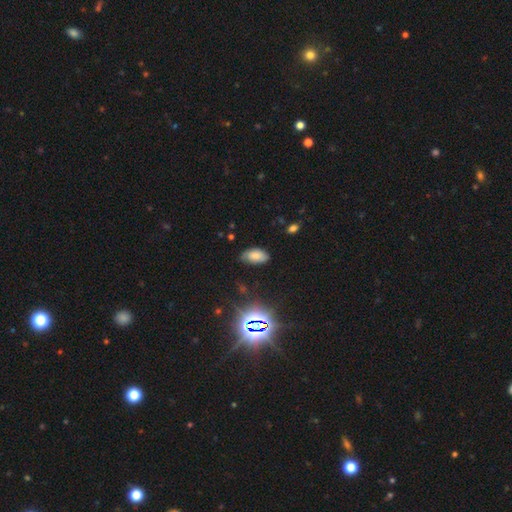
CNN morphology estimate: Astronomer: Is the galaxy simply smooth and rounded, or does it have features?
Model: smooth — 70%.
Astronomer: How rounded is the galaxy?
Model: in between — 94%.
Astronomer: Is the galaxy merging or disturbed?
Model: none — 67%.